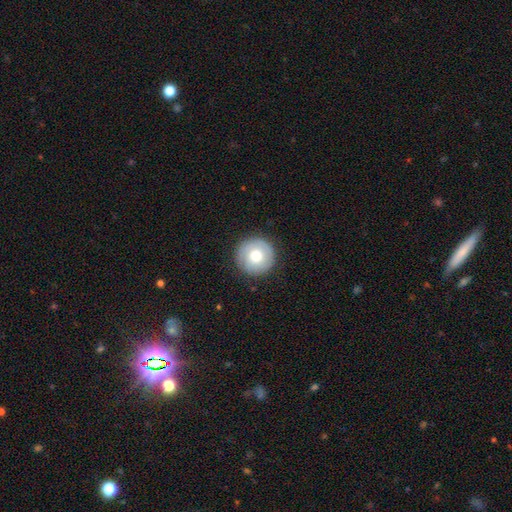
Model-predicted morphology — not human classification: Smooth or featured? smooth (65%)
How rounded? round (96%)
Merging? none (88%)